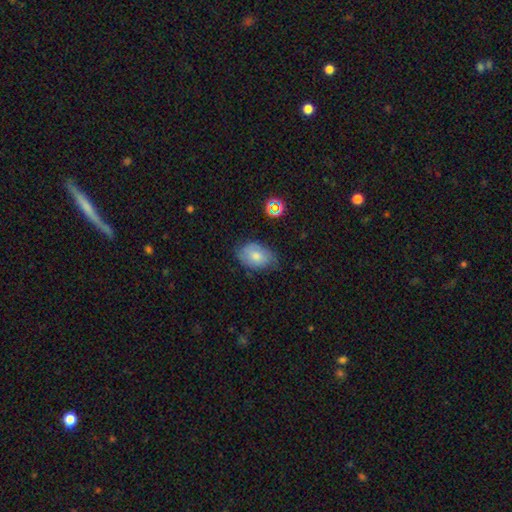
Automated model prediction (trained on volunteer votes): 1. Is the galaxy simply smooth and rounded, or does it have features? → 74% smooth, 17% featured or disk, 9% star or artifact.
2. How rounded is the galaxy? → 83% in between, 16% round, 1% cigar-shaped.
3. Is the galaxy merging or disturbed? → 64% none, 28% minor disturbance, 6% major disturbance, 2% merger.